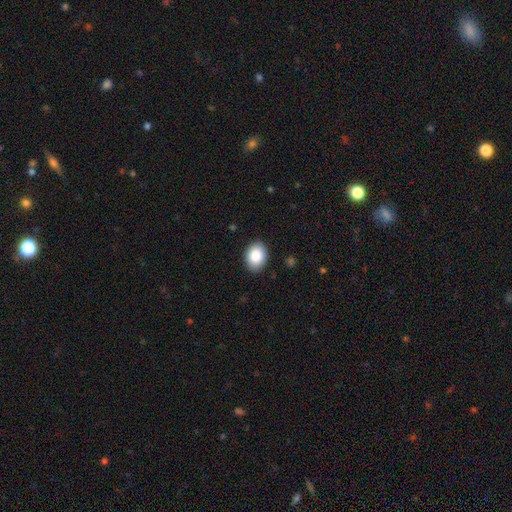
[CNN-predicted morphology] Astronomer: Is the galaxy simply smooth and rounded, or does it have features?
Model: smooth — 87%.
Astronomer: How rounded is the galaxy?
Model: in between — 74%.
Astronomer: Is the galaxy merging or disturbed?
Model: none — 88%.